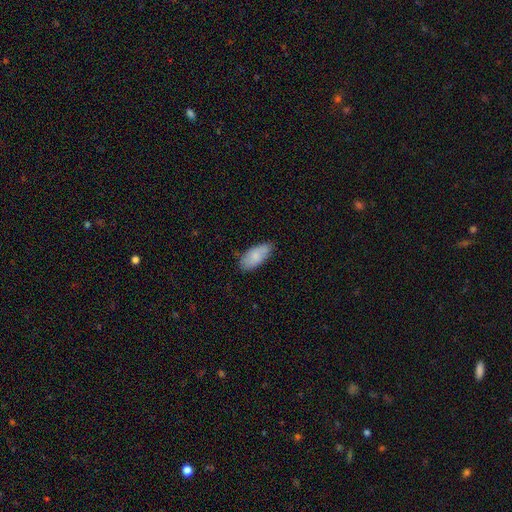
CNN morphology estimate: smooth-or-featured: smooth: 82% | featured or disk: 12% | star or artifact: 6%
  how-rounded: in between: 91% | cigar-shaped: 7% | round: 2%
  merging: none: 76% | minor disturbance: 20% | major disturbance: 3% | merger: 1%